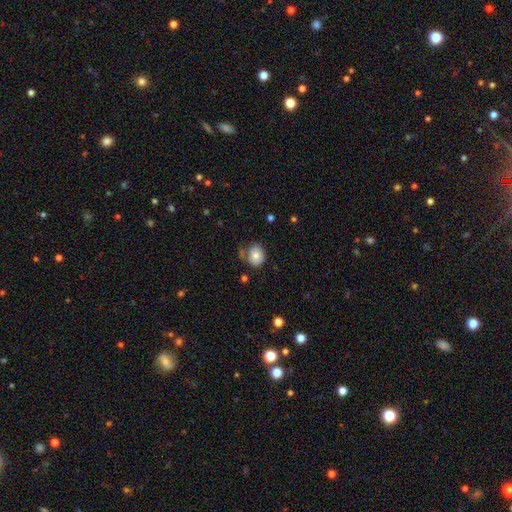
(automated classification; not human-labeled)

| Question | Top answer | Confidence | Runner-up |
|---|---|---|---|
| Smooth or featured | smooth | 77% | featured or disk (14%) |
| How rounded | round | 67% | in between (32%) |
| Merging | none | 68% | minor disturbance (19%) |